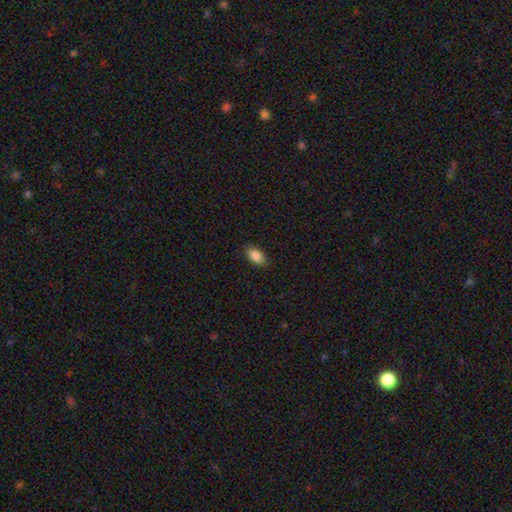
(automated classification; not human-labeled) Overall: smooth (87%). How rounded: in between (90%). Merging: none (85%).